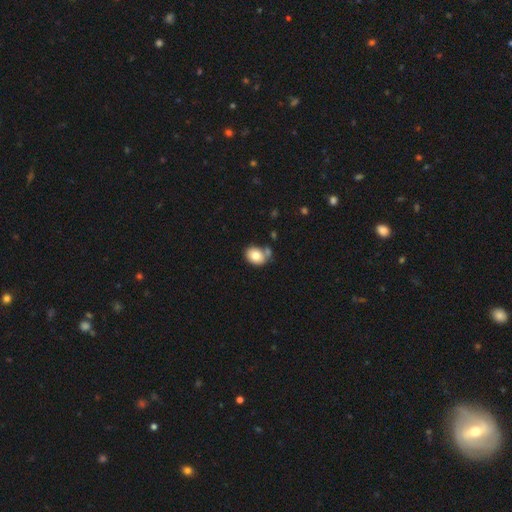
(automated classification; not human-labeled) smooth_or_featured: smooth (p=0.80) [alt: featured or disk p=0.12]
how_rounded: in between (p=0.60) [alt: round p=0.39]
merging: none (p=0.55) [alt: merger p=0.21]